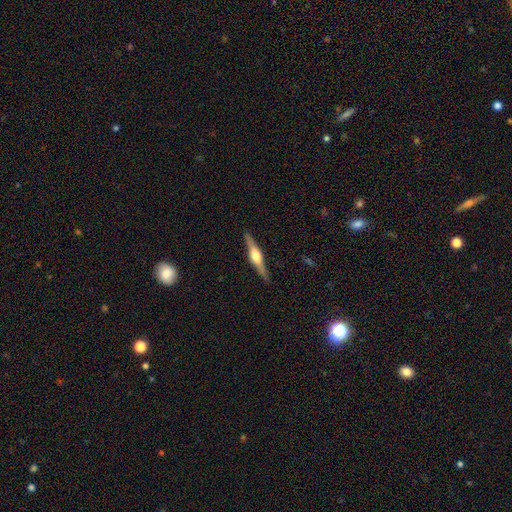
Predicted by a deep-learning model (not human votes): smooth-or-featured: featured or disk: 74% | smooth: 21% | star or artifact: 5%
  disk-edge-on: yes: 98% | no: 2%
    edge-on-bulge: rounded: 91% | boxy: 7% | none: 2%
  merging: none: 90% | minor disturbance: 7% | major disturbance: 2% | merger: 1%